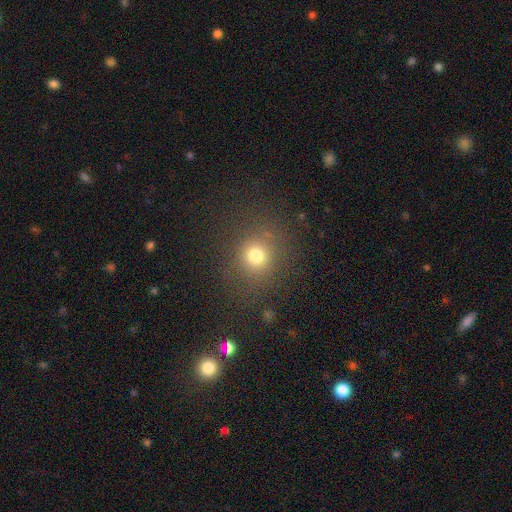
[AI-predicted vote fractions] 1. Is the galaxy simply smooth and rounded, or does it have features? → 76% smooth, 17% star or artifact, 7% featured or disk.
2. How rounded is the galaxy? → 81% round, 18% in between, 1% cigar-shaped.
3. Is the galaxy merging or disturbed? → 82% none, 10% minor disturbance, 6% major disturbance, 2% merger.